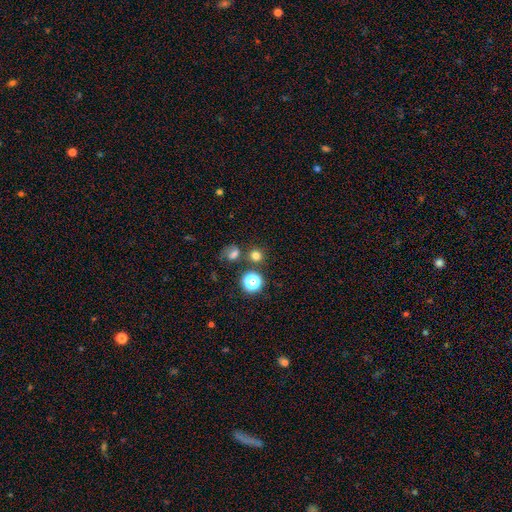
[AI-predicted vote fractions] A smooth galaxy with no disk features (71%) that is round (85%). Merging: none (71%).